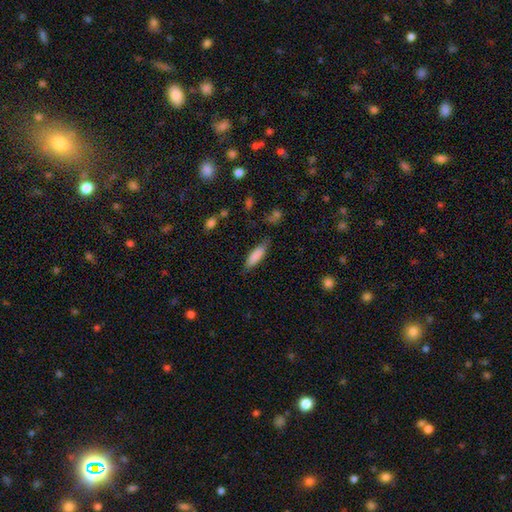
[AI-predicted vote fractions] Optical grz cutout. It shows a smooth galaxy with no disk features (83%) that is cigar-shaped (58%). Merging: none (76%).